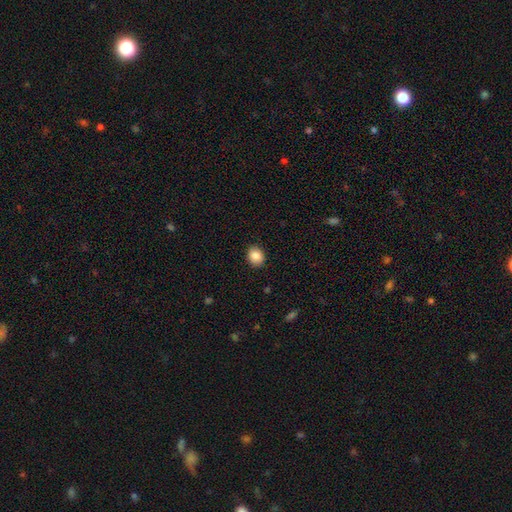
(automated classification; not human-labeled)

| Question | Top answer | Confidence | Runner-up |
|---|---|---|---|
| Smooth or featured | smooth | 88% | star or artifact (8%) |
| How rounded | round | 50% | in between (49%) |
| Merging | none | 89% | minor disturbance (8%) |